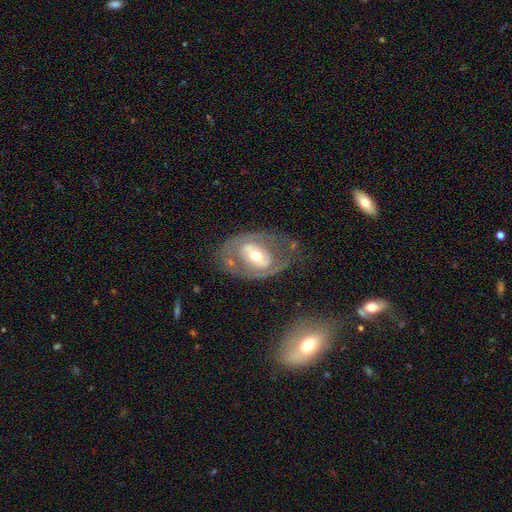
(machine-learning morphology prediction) Smooth or featured? featured or disk (69%)
Edge-on disk? no (93%)
Bar? no (44%)
Spiral arms? no (57%)
Bulge size? moderate (66%)
Merging? none (58%)